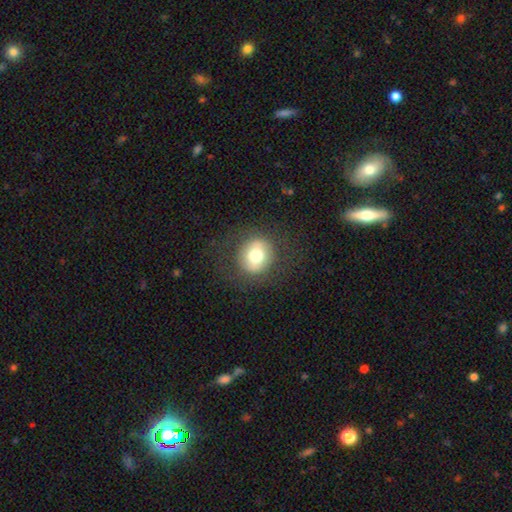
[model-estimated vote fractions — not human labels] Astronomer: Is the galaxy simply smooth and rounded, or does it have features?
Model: smooth — 65%.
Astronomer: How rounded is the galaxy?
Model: round — 84%.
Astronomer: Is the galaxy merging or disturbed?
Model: none — 82%.